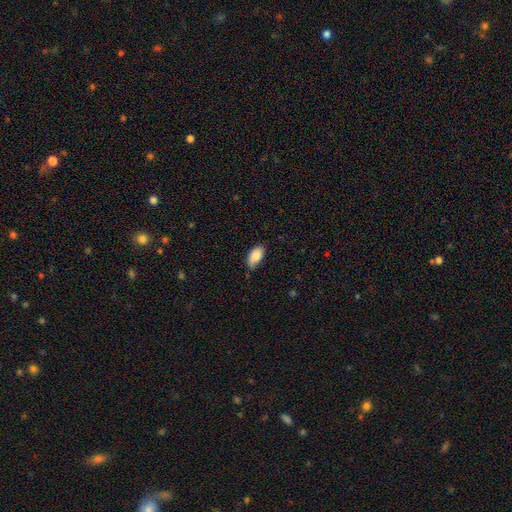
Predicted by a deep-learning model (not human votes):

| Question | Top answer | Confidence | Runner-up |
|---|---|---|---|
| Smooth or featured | smooth | 86% | featured or disk (7%) |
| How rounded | in between | 93% | cigar-shaped (3%) |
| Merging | none | 66% | minor disturbance (28%) |